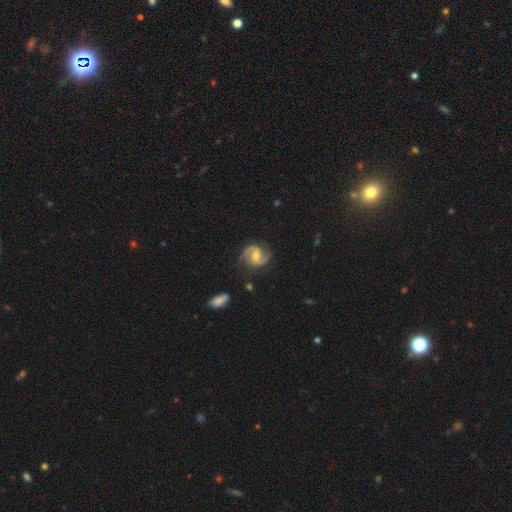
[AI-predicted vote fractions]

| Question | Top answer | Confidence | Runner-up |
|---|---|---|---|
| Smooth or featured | featured or disk | 88% | smooth (7%) |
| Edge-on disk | no | 98% | yes (2%) |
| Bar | weak | 45% | no (40%) |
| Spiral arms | yes | 97% | no (3%) |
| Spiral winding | medium | 57% | loose (22%) |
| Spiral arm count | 2 | 93% | can't tell (2%) |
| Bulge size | moderate | 62% | small (31%) |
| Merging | none | 81% | minor disturbance (13%) |